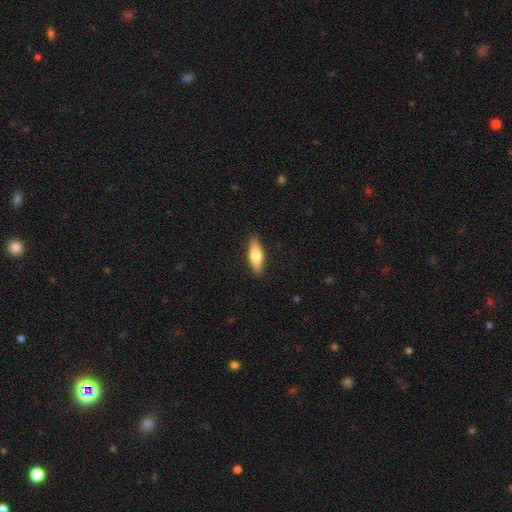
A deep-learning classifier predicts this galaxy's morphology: Overall: smooth (63%; featured or disk 32%). How rounded: cigar-shaped (51%; in between 47%). Merging: none (89%).